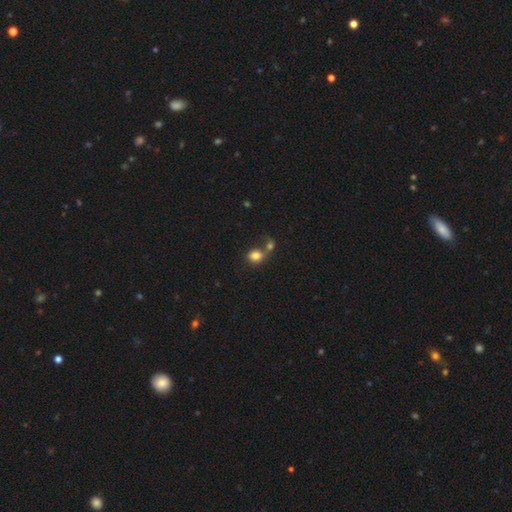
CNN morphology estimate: Q: Smooth or featured?
A: smooth (81%); runner-up: star or artifact (10%)
Q: How rounded?
A: round (71%); runner-up: in between (28%)
Q: Merging?
A: merger (47%); runner-up: none (37%)